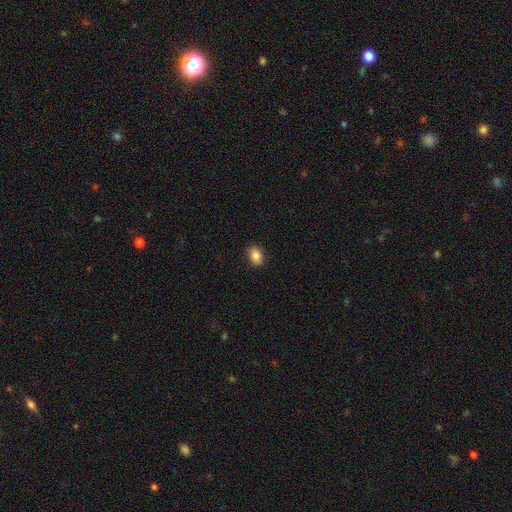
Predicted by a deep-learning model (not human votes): Q: Smooth or featured?
A: smooth (86%); runner-up: star or artifact (8%)
Q: How rounded?
A: in between (84%); runner-up: round (14%)
Q: Merging?
A: none (89%); runner-up: minor disturbance (8%)